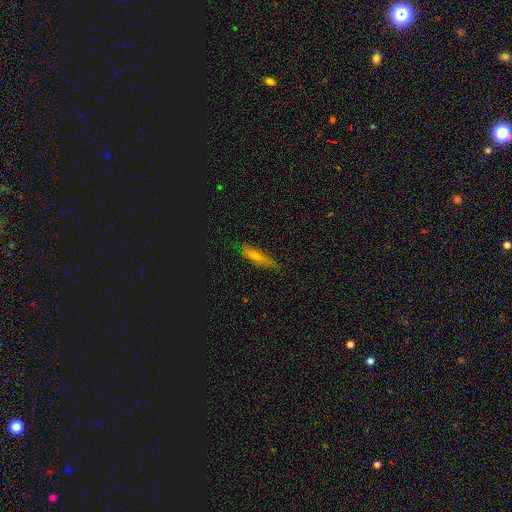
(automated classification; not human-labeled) smooth 49%, featured or disk 35%, star or artifact 17%. Down the decision tree: merging — none (78%).